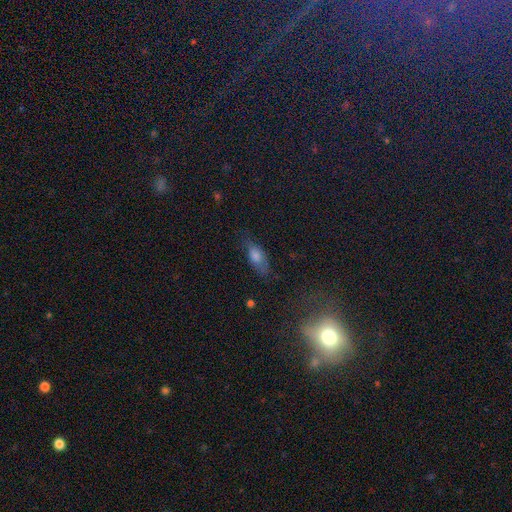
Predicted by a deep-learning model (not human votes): Smooth or featured?
  - smooth: 65% *
  - featured or disk: 22%
  - star or artifact: 13%
How rounded?
  - in between: 69% *
  - cigar-shaped: 26%
  - round: 5%
Merging?
  - none: 67% *
  - minor disturbance: 23%
  - major disturbance: 8%
  - merger: 2%